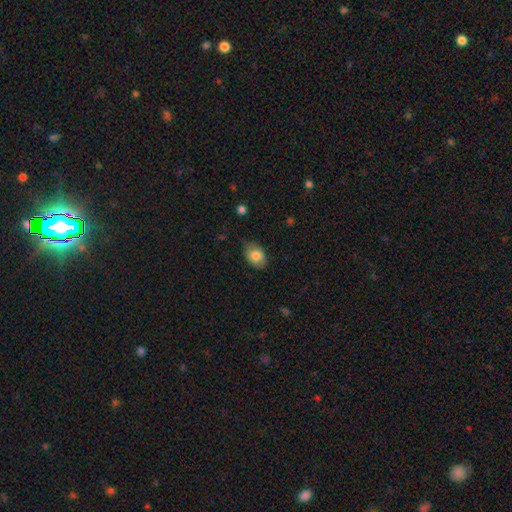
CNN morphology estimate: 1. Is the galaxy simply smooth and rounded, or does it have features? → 82% smooth, 10% featured or disk, 8% star or artifact.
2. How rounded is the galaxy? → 78% in between, 21% round, 1% cigar-shaped.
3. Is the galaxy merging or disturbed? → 77% none, 18% minor disturbance, 3% major disturbance, 1% merger.